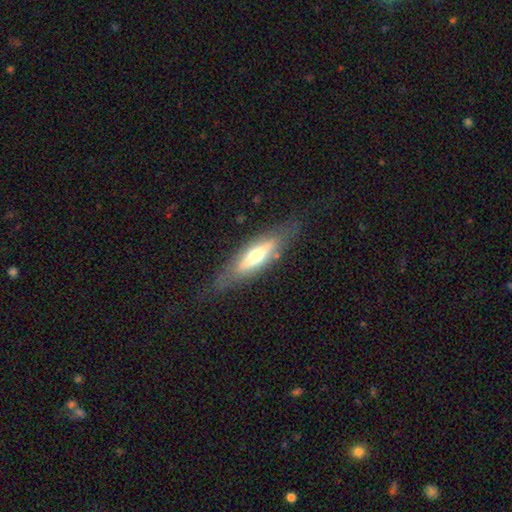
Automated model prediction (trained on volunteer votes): This is possibly a featured or disk galaxy (57%). It is clearly viewed edge-on (83%). Merging: likely none (73%).